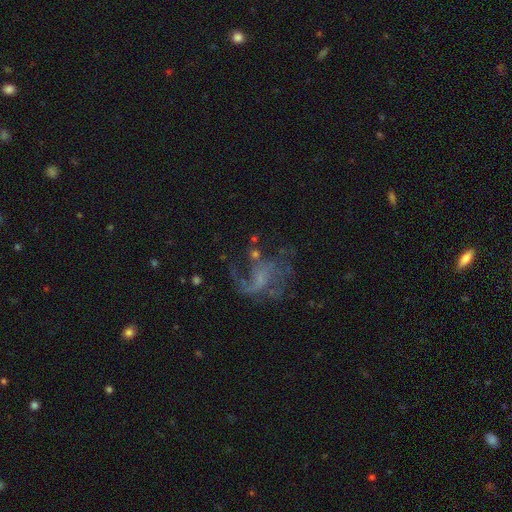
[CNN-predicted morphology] The model was most divided on "bulge size": none: 42%, small: 39%, moderate: 15%, large: 2%, dominant: 1%. Remaining: edge-on disk — no (98%); spiral arms — yes (75%); smooth or featured — featured or disk (72%); spiral winding — loose (67%); bar — no (63%); spiral arm count — 1 (53%); merging — major disturbance (41%).